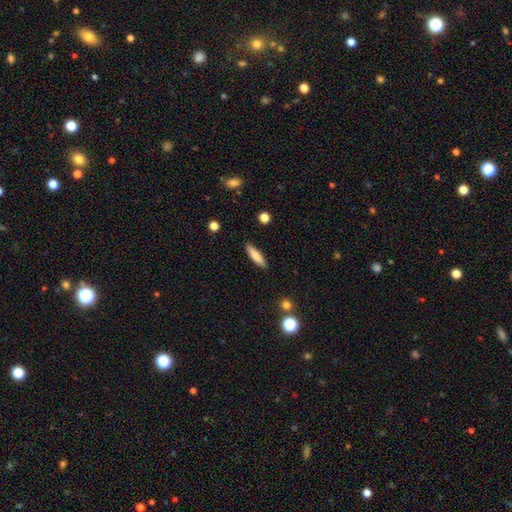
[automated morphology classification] This is likely a smooth galaxy (76%). How rounded: likely cigar-shaped (67%). Merging: clearly none (89%).